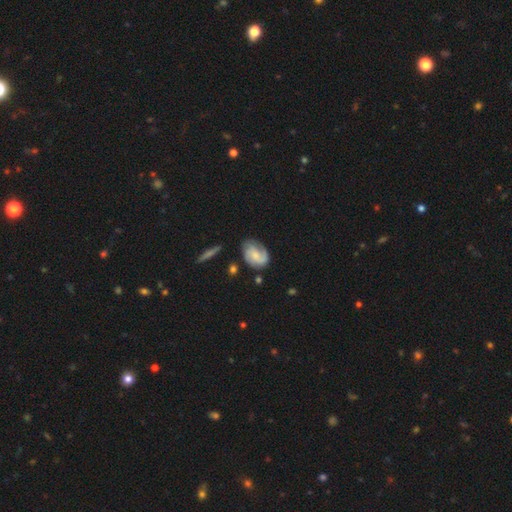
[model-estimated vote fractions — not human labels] This is likely a featured or disk galaxy (64%). It is clearly not viewed edge-on (97%). Bar: likely no (63%). Spiral arm pattern: clearly yes (92%). Spiral arm count: possibly 2 (47%). Spiral winding: marginally tight (41%). Central bulge: possibly small (49%). Merging: likely none (64%).